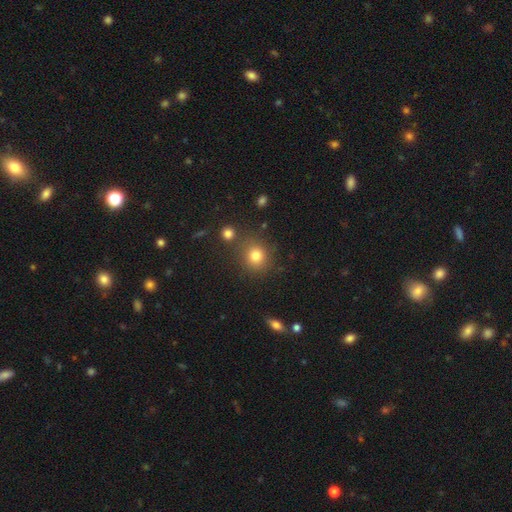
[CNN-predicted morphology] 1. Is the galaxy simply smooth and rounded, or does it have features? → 80% smooth, 13% star or artifact, 7% featured or disk.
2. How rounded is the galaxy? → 85% round, 14% in between, 1% cigar-shaped.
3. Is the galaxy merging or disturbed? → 79% none, 10% minor disturbance, 7% merger, 4% major disturbance.